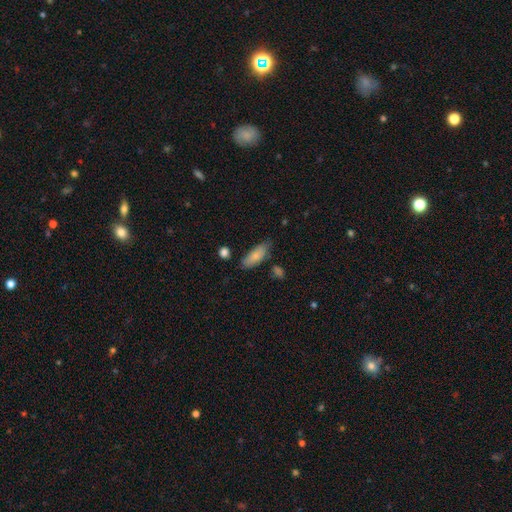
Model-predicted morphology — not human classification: This is clearly a smooth galaxy (81%). How rounded: likely in between (78%). Merging: likely none (69%).